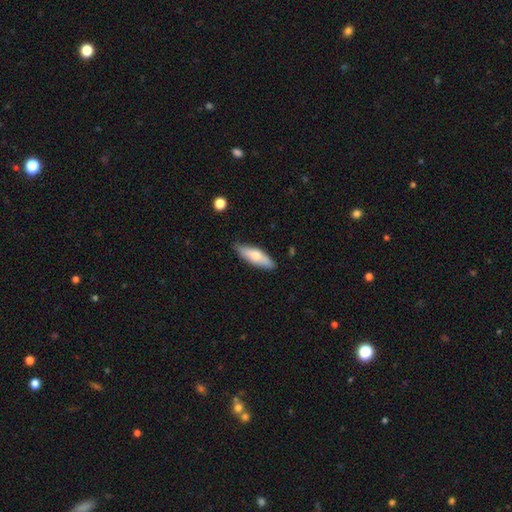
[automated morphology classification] Smooth or featured? smooth (66%)
How rounded? in between (51%)
Merging? none (81%)